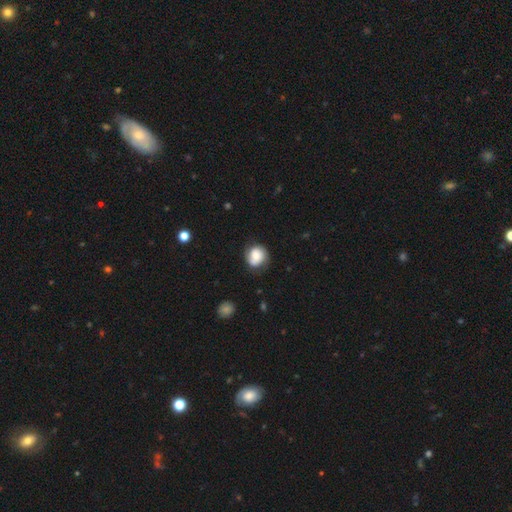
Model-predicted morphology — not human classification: A smooth galaxy with no disk features (58%) that is round (79%).

Vote fractions:
- Smooth or featured? smooth: 58% / featured or disk: 34% / star or artifact: 8%
- How rounded? round: 79% / in between: 20% / cigar-shaped: 1%
- Merging? none: 69% / minor disturbance: 22% / major disturbance: 7% / merger: 2%